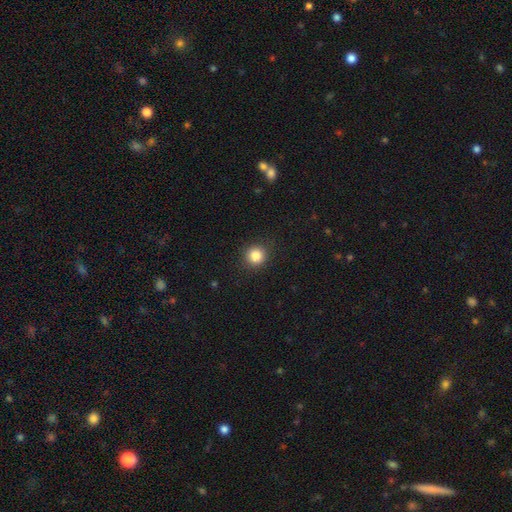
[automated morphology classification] The model was most divided on "smooth or featured": smooth: 85%, star or artifact: 11%, featured or disk: 4%. More confident: how rounded — round (91%); merging — none (89%).